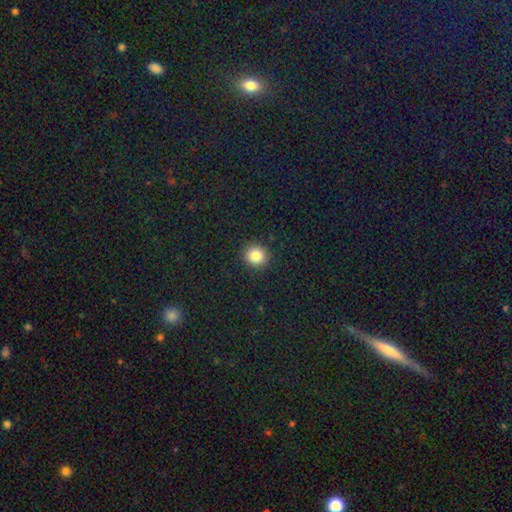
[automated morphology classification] This appears to be a smooth galaxy with no disk features (84%) that is round (89%). Merging: none (92%).